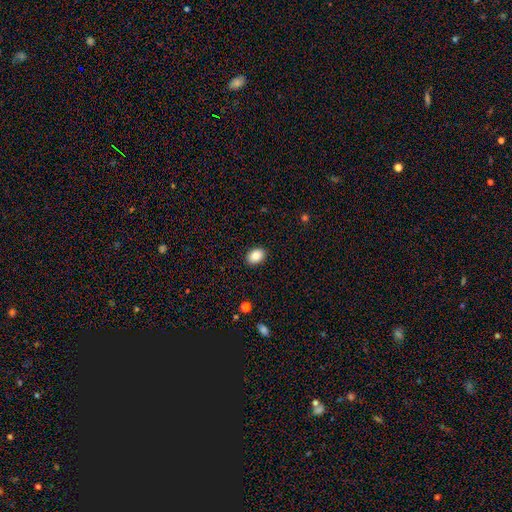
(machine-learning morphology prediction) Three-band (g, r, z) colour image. It shows a smooth galaxy with no disk features (86%) that is in between round and cigar-shaped (75%). Merging: none (91%).